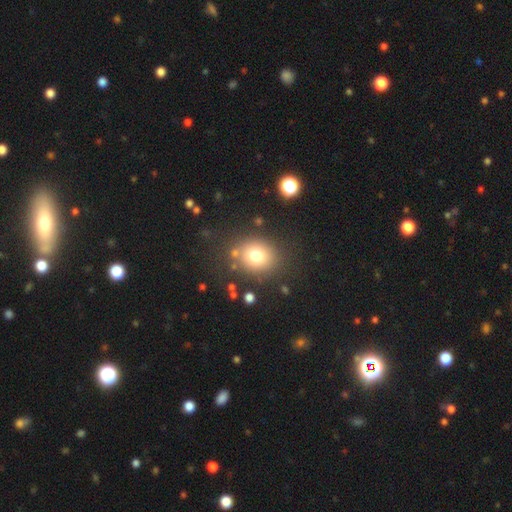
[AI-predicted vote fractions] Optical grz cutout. It shows a smooth galaxy with no disk features (75%) that is round (70%). Merging: none (79%).